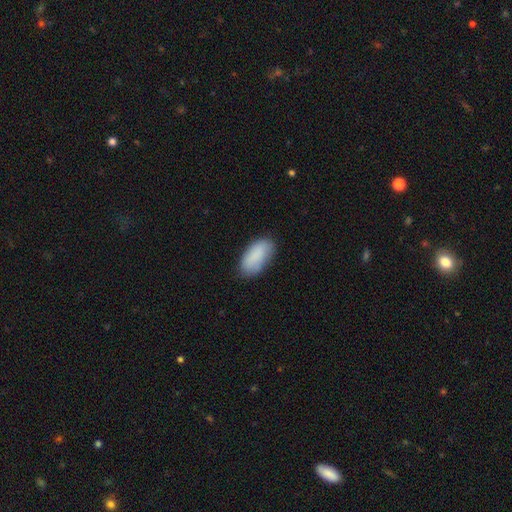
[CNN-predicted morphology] Q: Smooth or featured?
A: smooth (87%); runner-up: featured or disk (7%)
Q: How rounded?
A: in between (93%); runner-up: cigar-shaped (5%)
Q: Merging?
A: none (77%); runner-up: minor disturbance (18%)